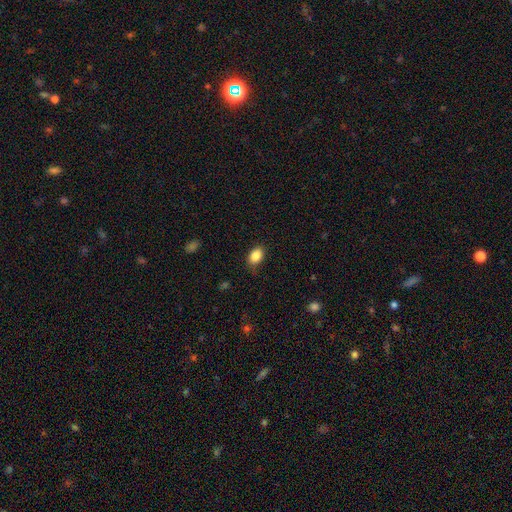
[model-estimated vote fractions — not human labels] The model was most divided on "how rounded": in between: 79%, round: 19%, cigar-shaped: 1%. More confident: smooth or featured — smooth (86%); merging — none (79%).